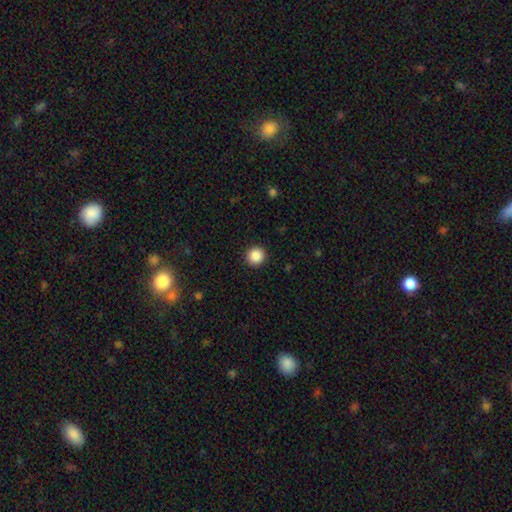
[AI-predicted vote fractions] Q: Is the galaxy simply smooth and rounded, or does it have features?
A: smooth — 88%.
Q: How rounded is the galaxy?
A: round — 94%.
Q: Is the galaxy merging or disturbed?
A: none — 93%.